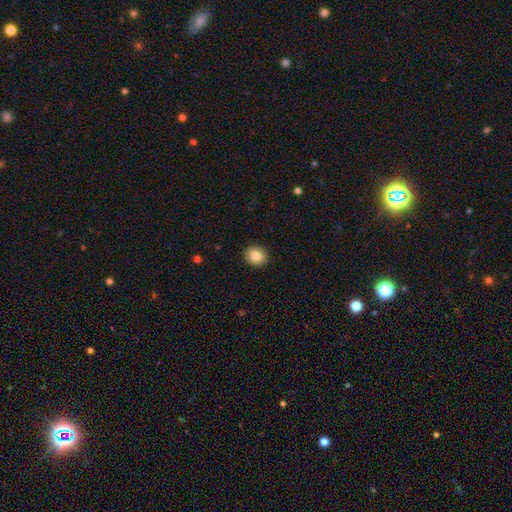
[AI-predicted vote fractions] Smooth or featured? smooth (86%)
How rounded? round (58%)
Merging? none (91%)